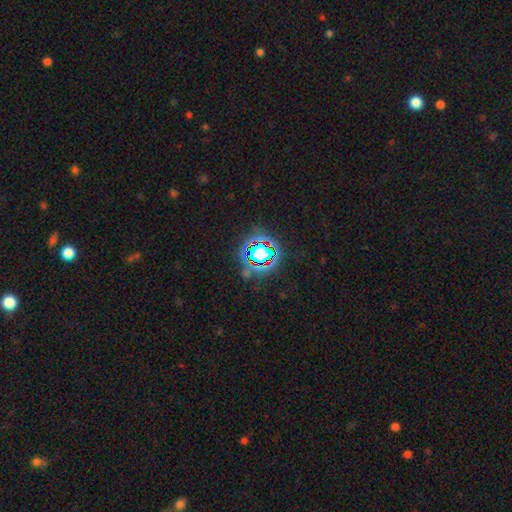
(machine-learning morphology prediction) type=star or artifact (64%).